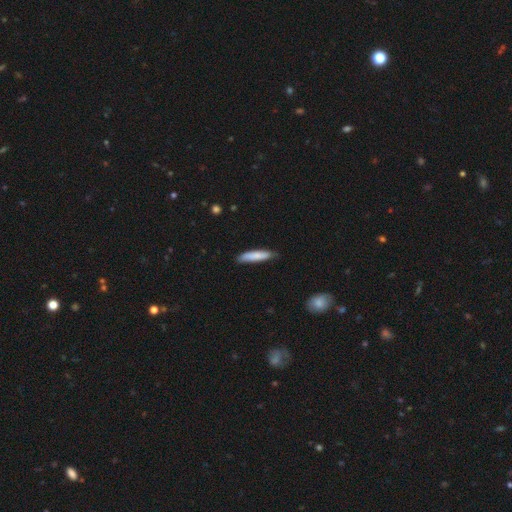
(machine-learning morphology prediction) smooth_or_featured: smooth (p=0.80) [alt: featured or disk p=0.14]
how_rounded: cigar-shaped (p=0.82) [alt: in between p=0.17]
merging: none (p=0.77) [alt: minor disturbance p=0.19]